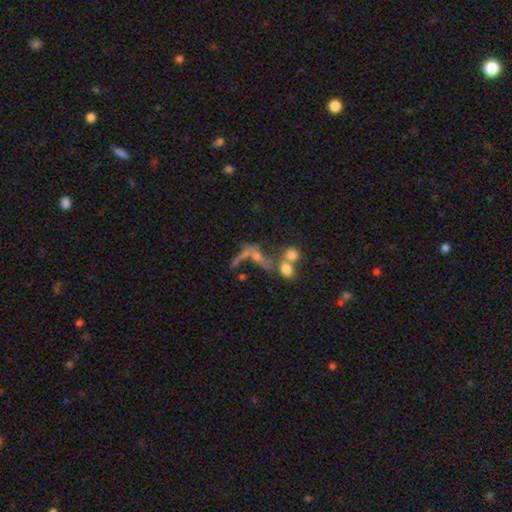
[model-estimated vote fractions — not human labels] Smooth or featured?
  - featured or disk: 46% *
  - smooth: 30%
  - star or artifact: 24%
Merging?
  - merger: 45% *
  - none: 23%
  - major disturbance: 22%
  - minor disturbance: 9%